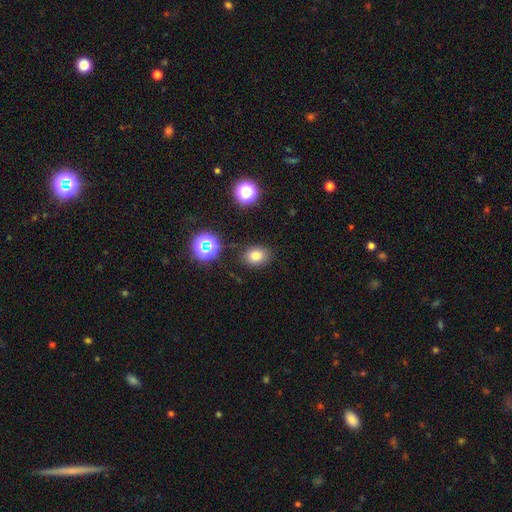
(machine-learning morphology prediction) This appears to be a smooth galaxy with no disk features (77%) that is in between round and cigar-shaped (57%). Merging: none (84%).